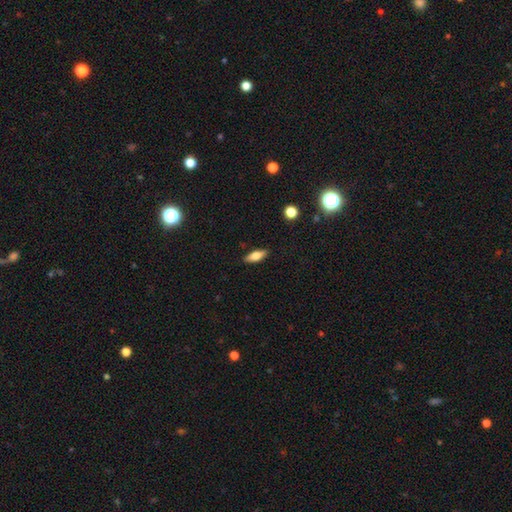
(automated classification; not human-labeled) A smooth galaxy with no disk features (70%) that is in between round and cigar-shaped (66%).

Vote fractions:
- Smooth or featured? smooth: 70% / featured or disk: 23% / star or artifact: 7%
- How rounded? in between: 66% / cigar-shaped: 31% / round: 3%
- Merging? none: 88% / minor disturbance: 9% / major disturbance: 2% / merger: 1%